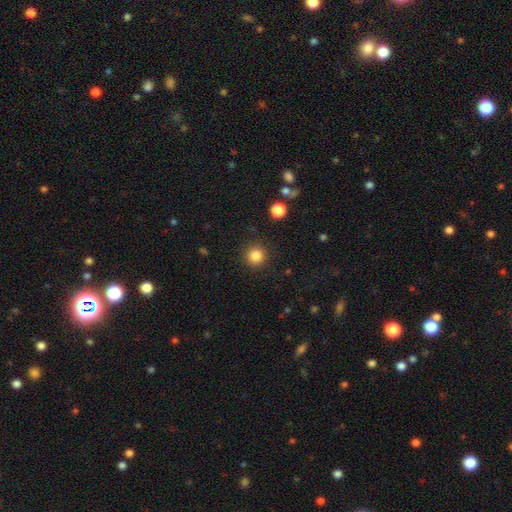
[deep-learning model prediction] This appears to be a smooth galaxy with no disk features (84%) that is round (94%). Merging: none (90%).